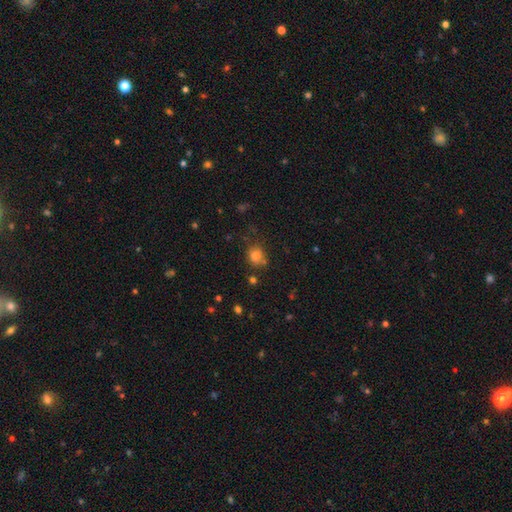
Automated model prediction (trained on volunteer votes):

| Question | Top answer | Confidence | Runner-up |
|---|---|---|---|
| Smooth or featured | smooth | 80% | star or artifact (14%) |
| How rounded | round | 74% | in between (26%) |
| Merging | none | 69% | minor disturbance (16%) |